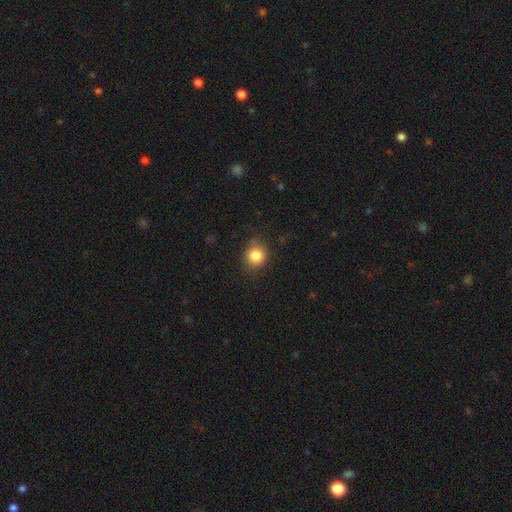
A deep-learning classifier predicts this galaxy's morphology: smooth 84%, star or artifact 11%, featured or disk 6%. Down the decision tree: how rounded — round (86%); merging — none (80%).